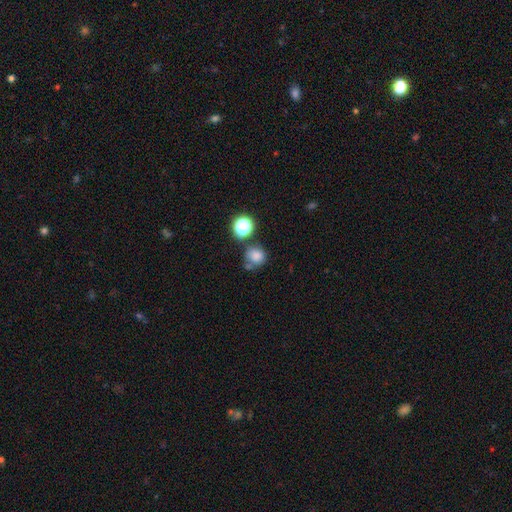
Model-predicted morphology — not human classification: This is likely a smooth galaxy (78%). How rounded: clearly round (80%). Merging: possibly none (58%).